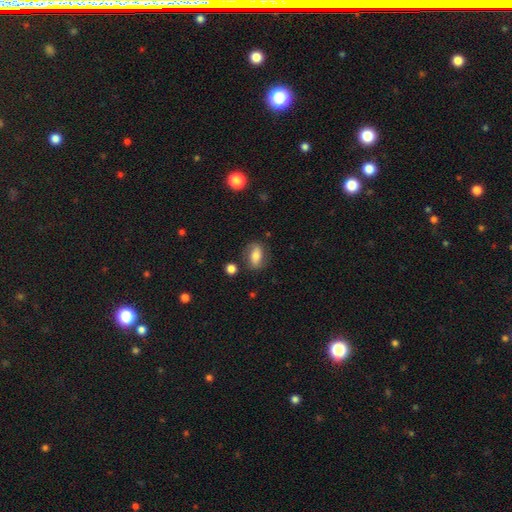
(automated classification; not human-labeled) This appears to be a smooth galaxy with no disk features (66%) that is in between round and cigar-shaped (80%). Merging: none (74%).